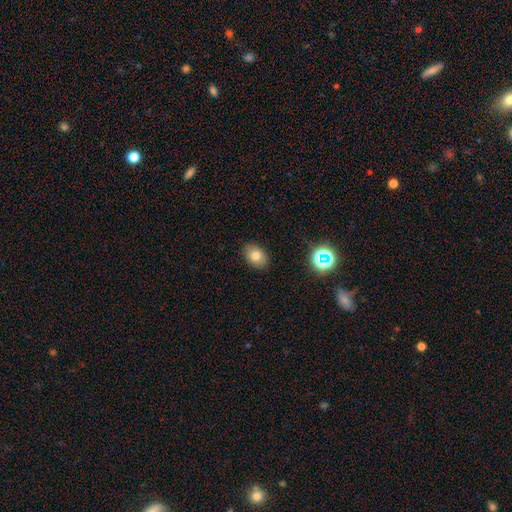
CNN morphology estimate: The model was most divided on "how rounded": in between: 76%, round: 23%, cigar-shaped: 1%. More confident: merging — none (87%); smooth or featured — smooth (78%).